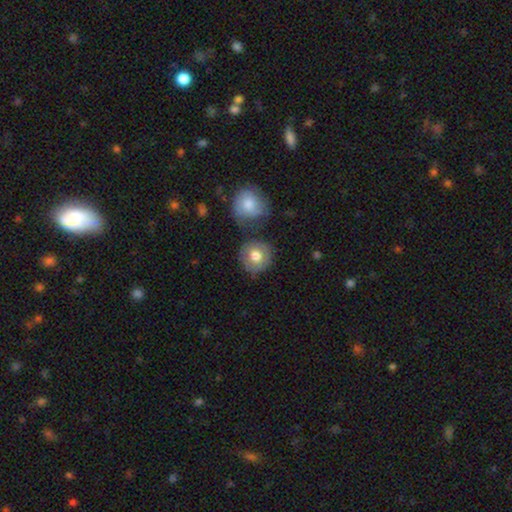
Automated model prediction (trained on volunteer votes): This is likely a smooth galaxy (75%). How rounded: clearly round (91%). Merging: likely none (72%).